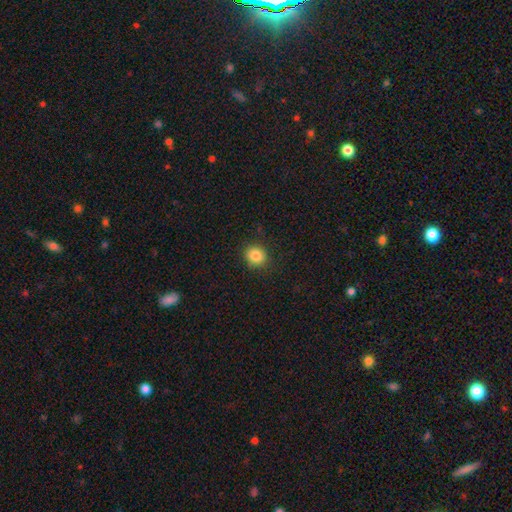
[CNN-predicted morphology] type=smooth (84%); roundness=round (85%); merging=none (88%).